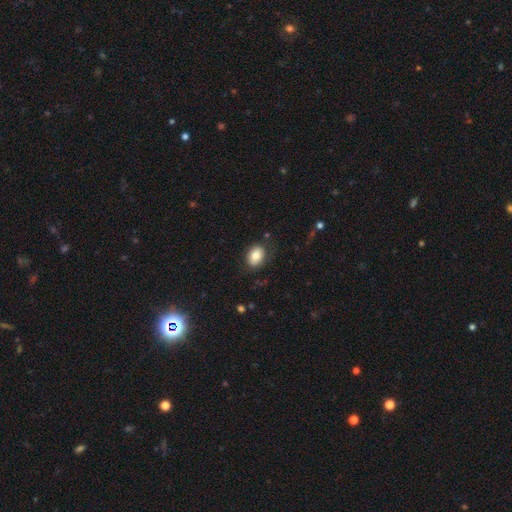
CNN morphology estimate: Smooth or featured? smooth (81%)
How rounded? in between (71%)
Merging? none (83%)